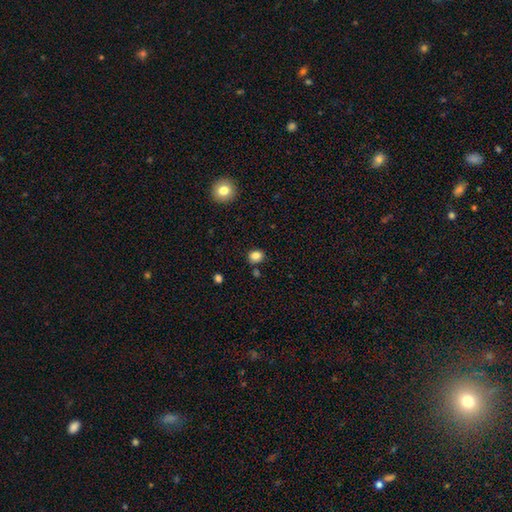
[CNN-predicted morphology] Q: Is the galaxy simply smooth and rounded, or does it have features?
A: smooth — 83%.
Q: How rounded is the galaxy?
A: round — 57%.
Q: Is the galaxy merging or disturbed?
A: none — 79%.